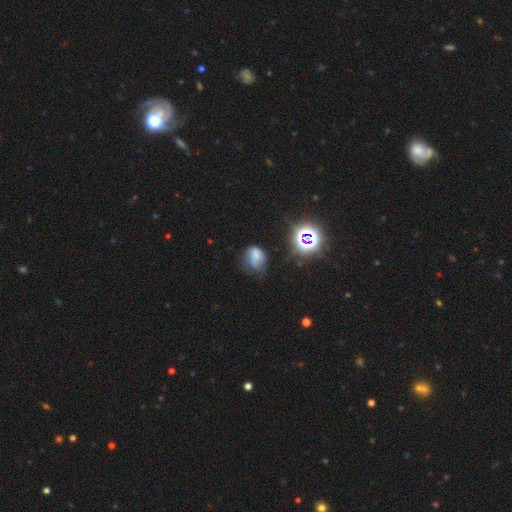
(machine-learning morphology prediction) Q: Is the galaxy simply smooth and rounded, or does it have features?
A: smooth — 51%.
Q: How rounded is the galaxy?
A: in between — 59%.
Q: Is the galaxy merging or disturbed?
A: none — 35%.